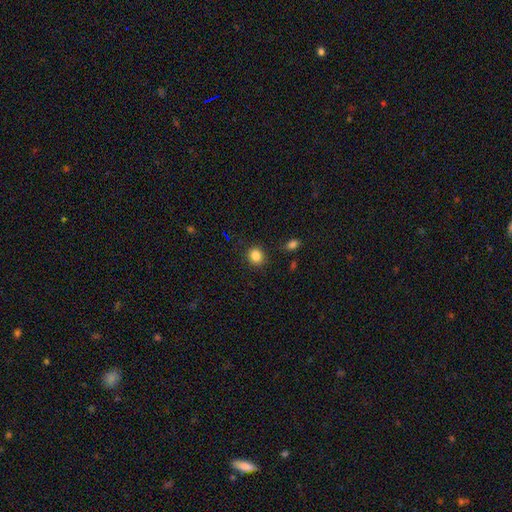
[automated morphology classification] Smooth or featured?
  - smooth: 85% *
  - star or artifact: 11%
  - featured or disk: 5%
How rounded?
  - round: 78% *
  - in between: 21%
  - cigar-shaped: 1%
Merging?
  - none: 88% *
  - minor disturbance: 8%
  - major disturbance: 3%
  - merger: 2%